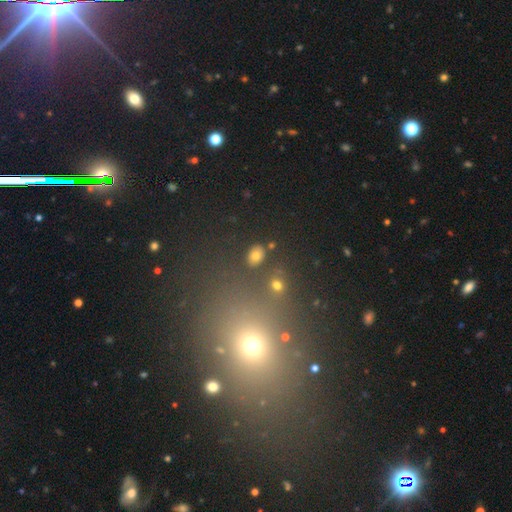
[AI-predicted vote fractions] Smooth or featured?
  - smooth: 75% *
  - star or artifact: 15%
  - featured or disk: 9%
How rounded?
  - in between: 73% *
  - round: 26%
  - cigar-shaped: 2%
Merging?
  - none: 83% *
  - minor disturbance: 9%
  - merger: 4%
  - major disturbance: 4%